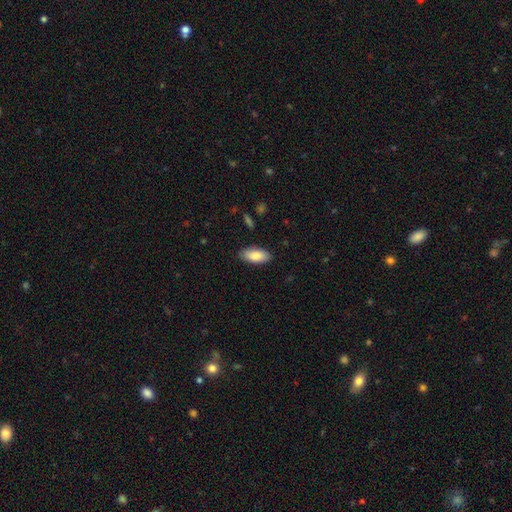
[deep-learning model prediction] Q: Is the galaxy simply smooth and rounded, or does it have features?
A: smooth — 85%.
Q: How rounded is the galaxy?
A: in between — 87%.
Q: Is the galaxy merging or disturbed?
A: none — 87%.